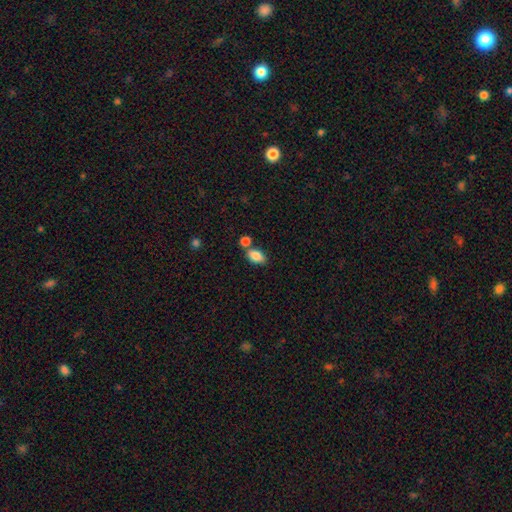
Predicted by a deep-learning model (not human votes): smooth_or_featured: smooth (p=0.86) [alt: star or artifact p=0.08]
how_rounded: in between (p=0.89) [alt: round p=0.09]
merging: none (p=0.61) [alt: merger p=0.24]